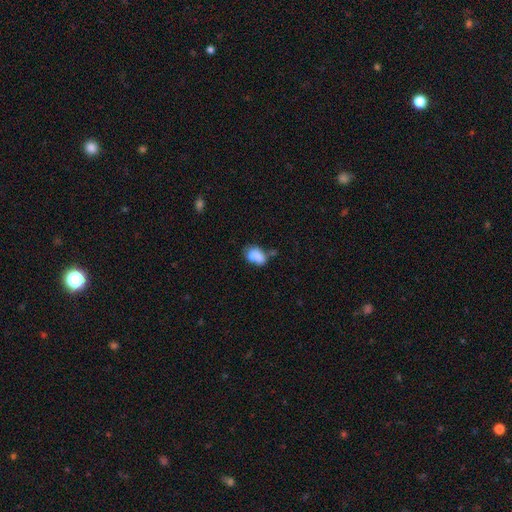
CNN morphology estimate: A smooth galaxy with no disk features (75%) that is in between round and cigar-shaped (81%).

Vote fractions:
- Smooth or featured? smooth: 75% / featured or disk: 15% / star or artifact: 10%
- How rounded? in between: 81% / round: 17% / cigar-shaped: 2%
- Merging? none: 35% / minor disturbance: 26% / merger: 25% / major disturbance: 14%